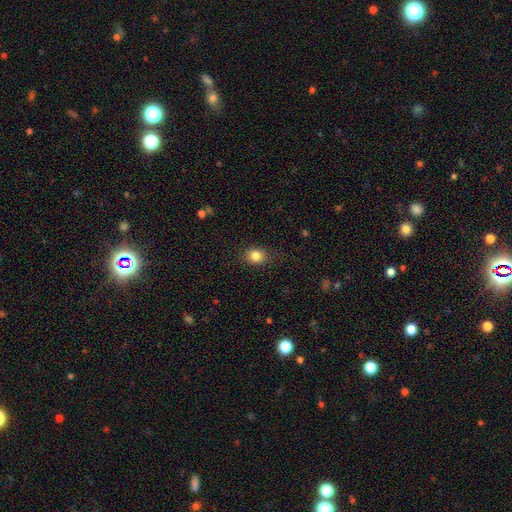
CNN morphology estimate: type=smooth (83%); roundness=round (61%); merging=none (81%).